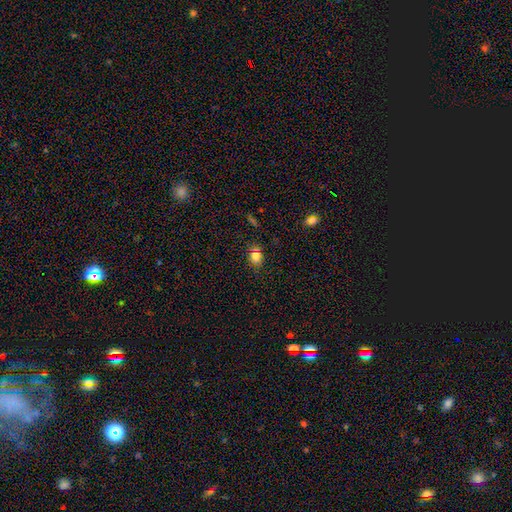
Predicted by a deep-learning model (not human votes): The model was most divided on "how rounded": in between: 57%, round: 41%, cigar-shaped: 2%. More confident: merging — none (80%); smooth or featured — smooth (78%).